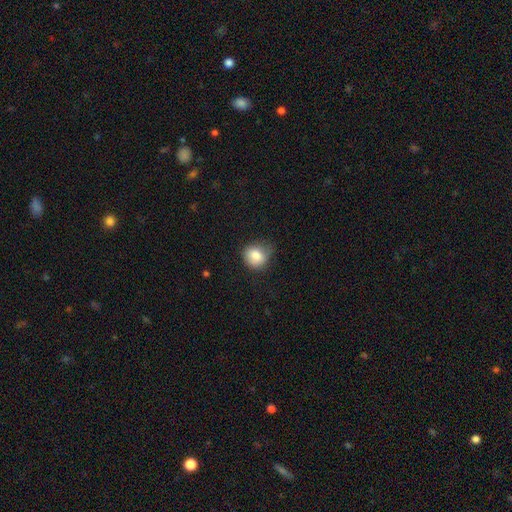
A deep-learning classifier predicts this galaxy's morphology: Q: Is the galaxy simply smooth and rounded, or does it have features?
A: smooth — 83%.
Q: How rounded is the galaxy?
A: round — 75%.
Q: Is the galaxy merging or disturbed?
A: none — 59%.